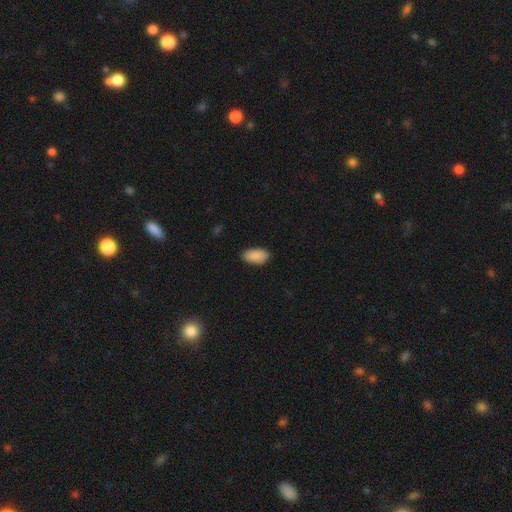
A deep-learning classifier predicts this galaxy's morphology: This is clearly a smooth galaxy (90%). How rounded: clearly in between (94%). Merging: clearly none (86%).